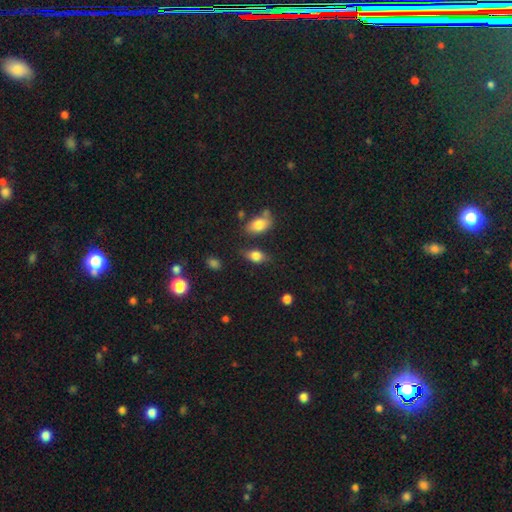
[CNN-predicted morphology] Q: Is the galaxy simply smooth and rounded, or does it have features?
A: smooth — 77%.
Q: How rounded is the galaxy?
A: in between — 81%.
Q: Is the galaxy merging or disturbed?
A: none — 66%.